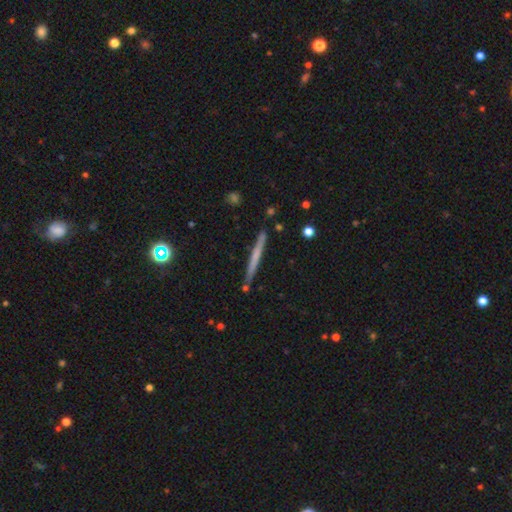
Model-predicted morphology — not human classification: Smooth or featured?
  - smooth: 47% *
  - featured or disk: 46%
  - star or artifact: 6%
Merging?
  - none: 89% *
  - minor disturbance: 8%
  - merger: 2%
  - major disturbance: 1%